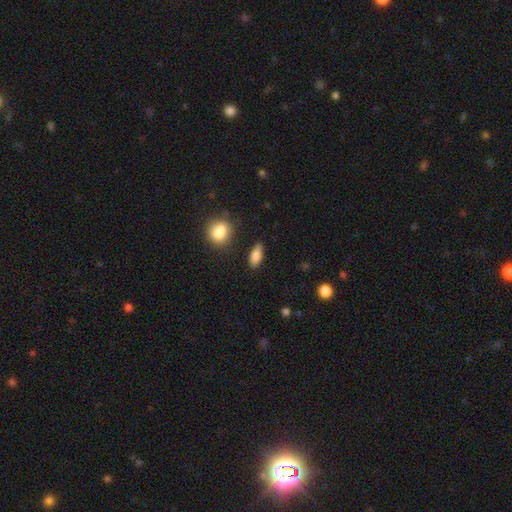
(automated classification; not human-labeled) smooth-or-featured: smooth: 83% | featured or disk: 10% | star or artifact: 8%
  how-rounded: in between: 80% | cigar-shaped: 15% | round: 5%
  merging: none: 80% | minor disturbance: 13% | major disturbance: 3% | merger: 3%